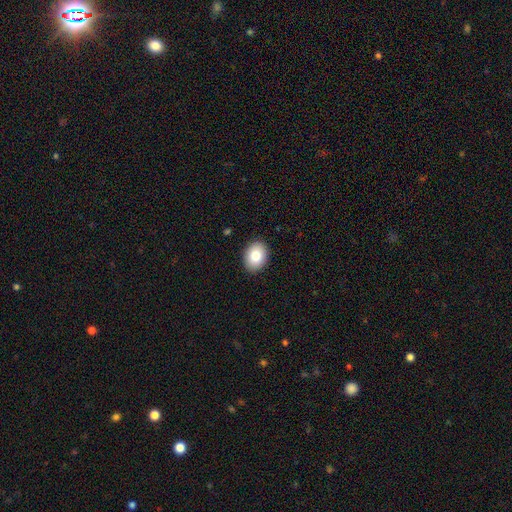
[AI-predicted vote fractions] smooth-or-featured: smooth: 83% | featured or disk: 9% | star or artifact: 8%
  how-rounded: in between: 67% | round: 32% | cigar-shaped: 1%
  merging: none: 90% | minor disturbance: 7% | major disturbance: 2% | merger: 1%